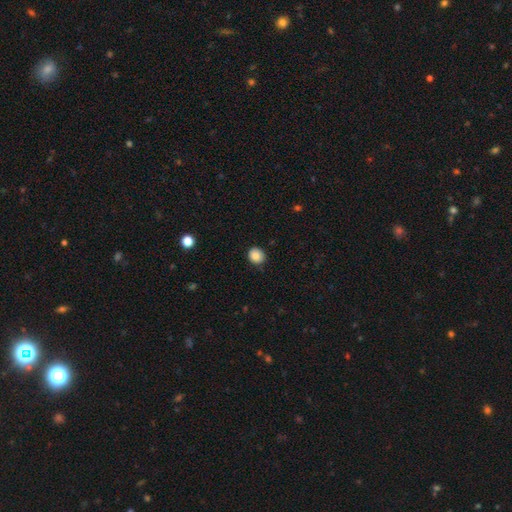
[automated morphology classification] smooth 86%, star or artifact 9%, featured or disk 5%. Down the decision tree: how rounded — round (78%); merging — none (86%).